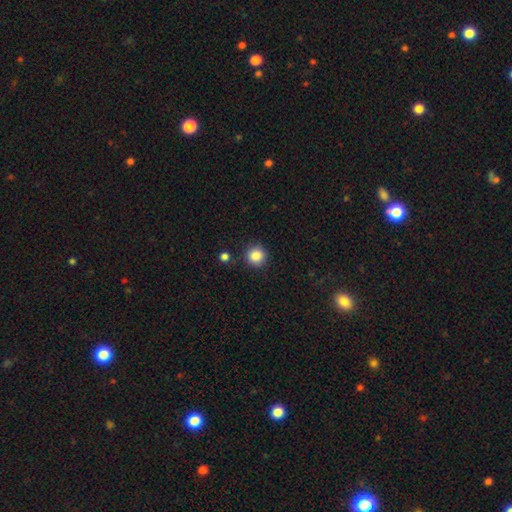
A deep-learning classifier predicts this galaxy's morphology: A smooth galaxy with no disk features (86%) that is round (92%).

Vote fractions:
- Smooth or featured? smooth: 86% / star or artifact: 10% / featured or disk: 3%
- How rounded? round: 92% / in between: 7% / cigar-shaped: 1%
- Merging? none: 88% / minor disturbance: 7% / merger: 3% / major disturbance: 2%